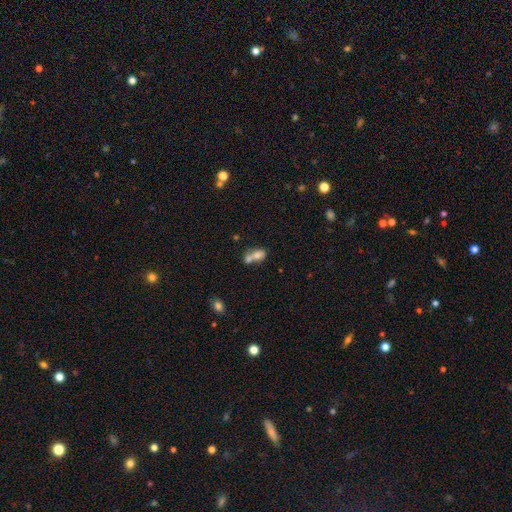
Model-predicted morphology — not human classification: A smooth galaxy with no disk features (71%) that is in between round and cigar-shaped (72%). Merging: merger (66%).